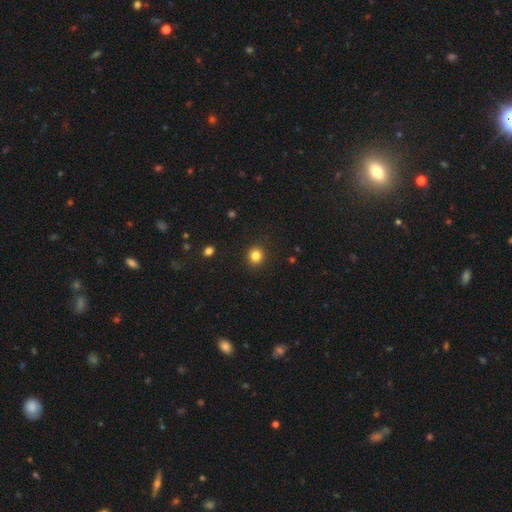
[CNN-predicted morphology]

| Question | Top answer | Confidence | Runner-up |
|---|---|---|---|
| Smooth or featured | smooth | 84% | star or artifact (12%) |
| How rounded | round | 90% | in between (9%) |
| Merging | none | 91% | minor disturbance (6%) |